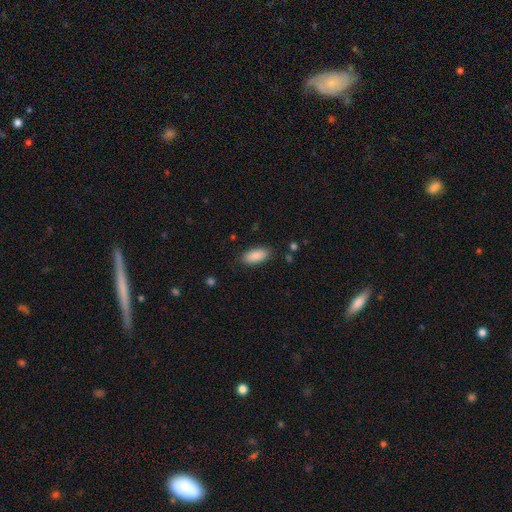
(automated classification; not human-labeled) smooth-or-featured: smooth: 89% | star or artifact: 6% | featured or disk: 5%
  how-rounded: in between: 89% | cigar-shaped: 9% | round: 2%
  merging: none: 86% | minor disturbance: 10% | major disturbance: 3% | merger: 1%